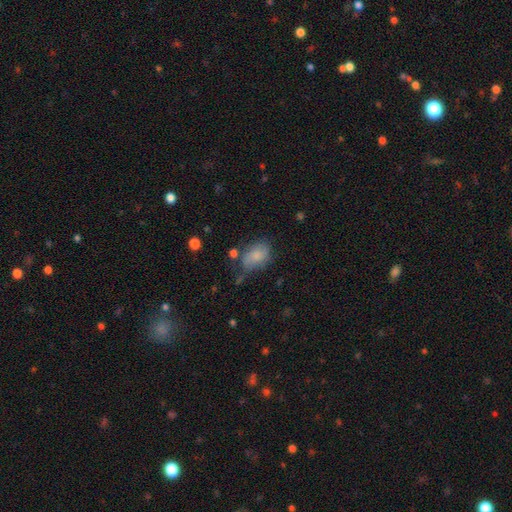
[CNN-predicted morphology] The model was most divided on "merging": none: 54%, minor disturbance: 29%, major disturbance: 11%, merger: 7%. More confident: how rounded — in between (85%); smooth or featured — smooth (76%).